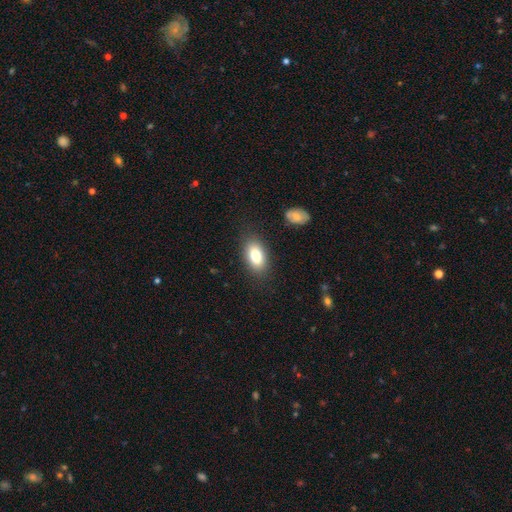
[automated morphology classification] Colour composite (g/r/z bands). It shows a smooth galaxy with no disk features (81%) that is in between round and cigar-shaped (90%). Merging: none (84%).